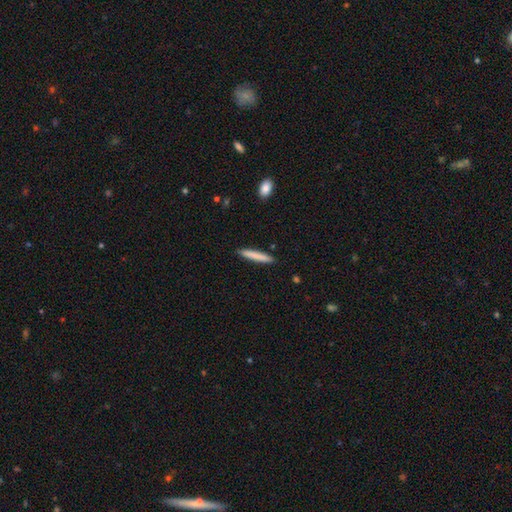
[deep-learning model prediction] Smooth or featured? Predicted: smooth (p=0.80). How rounded? Predicted: cigar-shaped (p=0.95). Merging? Predicted: none (p=0.90).